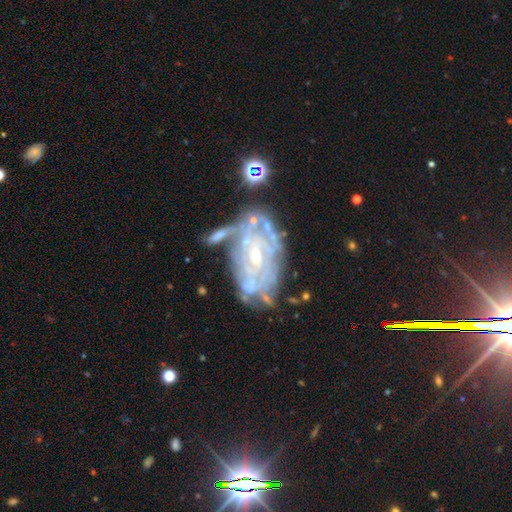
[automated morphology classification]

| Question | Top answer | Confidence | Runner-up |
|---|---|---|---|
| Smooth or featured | featured or disk | 79% | smooth (12%) |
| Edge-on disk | no | 95% | yes (5%) |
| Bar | no | 57% | weak (33%) |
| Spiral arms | yes | 73% | no (27%) |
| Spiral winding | tight | 65% | medium (25%) |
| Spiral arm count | can't tell | 61% | 2 (13%) |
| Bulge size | small | 69% | moderate (25%) |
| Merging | none | 44% | minor disturbance (22%) |